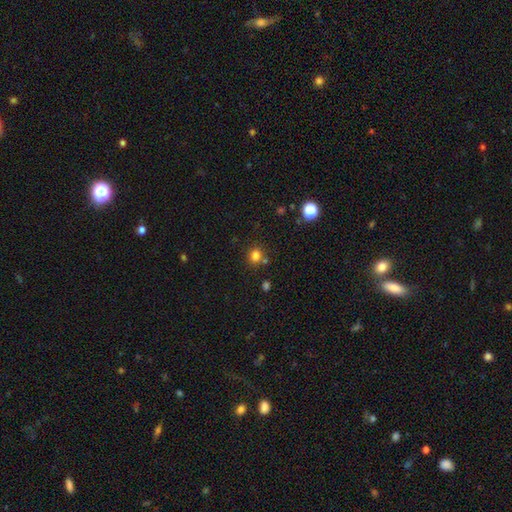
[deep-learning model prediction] Overall: smooth (78%). How rounded: round (77%). Merging: none (72%).